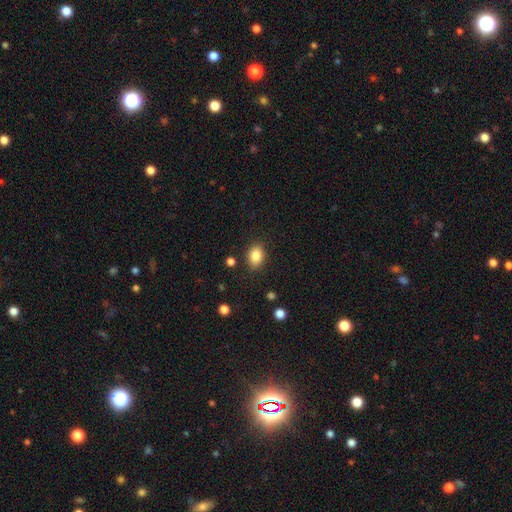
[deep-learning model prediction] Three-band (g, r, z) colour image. It shows a smooth galaxy with no disk features (85%) that is in between round and cigar-shaped (71%). Merging: none (85%).